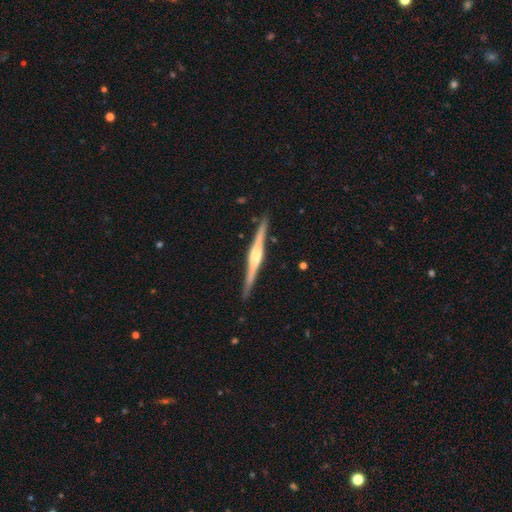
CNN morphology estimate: smooth_or_featured: featured or disk (p=0.82) [alt: smooth p=0.13]
disk_edge_on: yes (p=0.98) [alt: no p=0.02]
edge_on_bulge: rounded (p=0.66) [alt: boxy p=0.27]
merging: none (p=0.90) [alt: minor disturbance p=0.08]